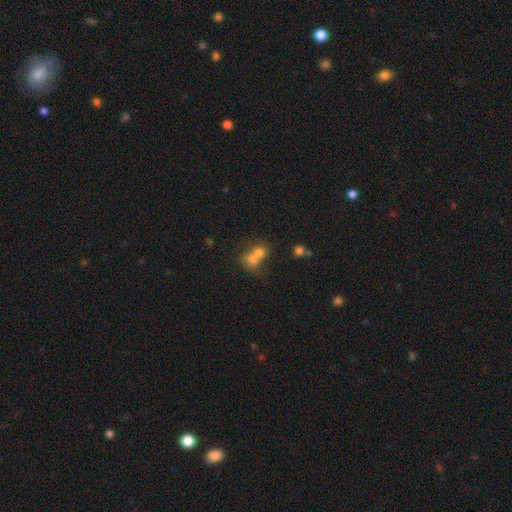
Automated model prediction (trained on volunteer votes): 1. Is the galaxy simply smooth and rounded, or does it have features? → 70% smooth, 17% featured or disk, 12% star or artifact.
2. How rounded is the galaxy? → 63% round, 36% in between, 1% cigar-shaped.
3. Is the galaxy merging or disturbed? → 68% merger, 22% none, 6% minor disturbance, 4% major disturbance.